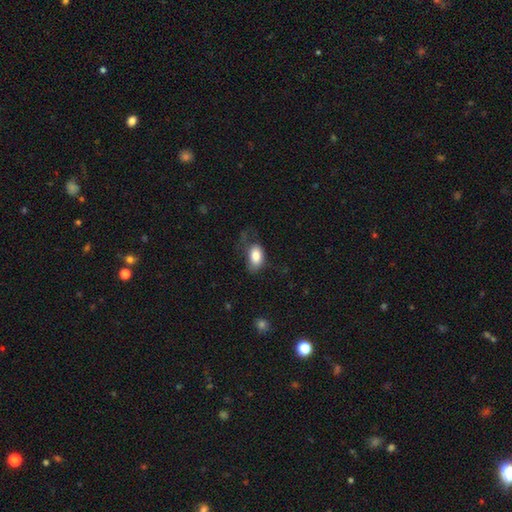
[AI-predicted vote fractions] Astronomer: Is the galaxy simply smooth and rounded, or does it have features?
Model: smooth — 84%.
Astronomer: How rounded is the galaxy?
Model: in between — 91%.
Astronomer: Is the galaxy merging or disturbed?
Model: none — 47% (runner-up: minor disturbance, 28%).